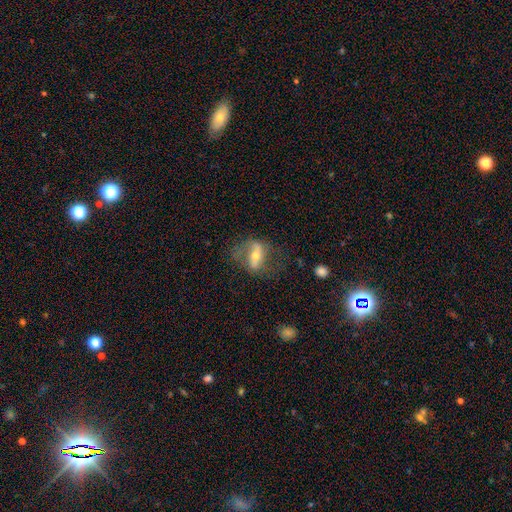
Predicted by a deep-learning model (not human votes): featured or disk 66%, smooth 26%, star or artifact 8%. Down the decision tree: edge-on disk — no (85%); bar — strong (57%); spiral arms — yes (70%); bulge size — moderate (52%); merging — none (54%).